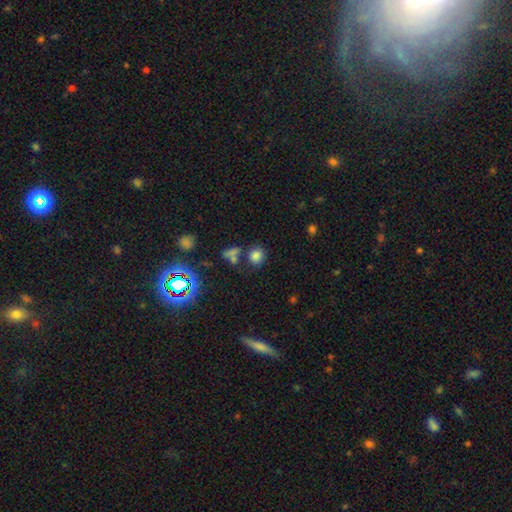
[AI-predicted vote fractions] This appears to be a smooth galaxy with no disk features (79%) that is round (84%). Merging: none (69%).